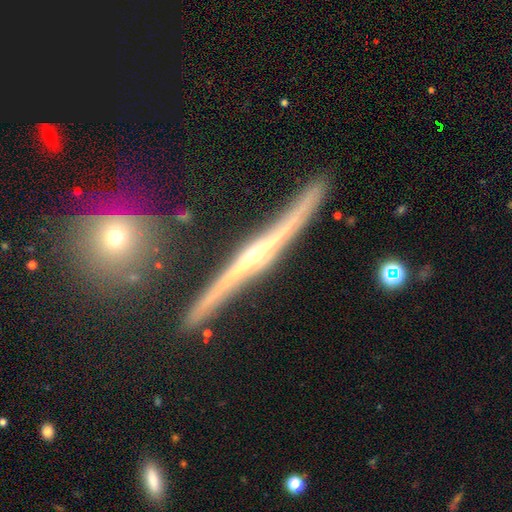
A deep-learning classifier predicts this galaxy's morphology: Overall: featured or disk (87%). Edge-on disk: yes (97%). Edge-on bulge: rounded (83%). Merging: none (86%).